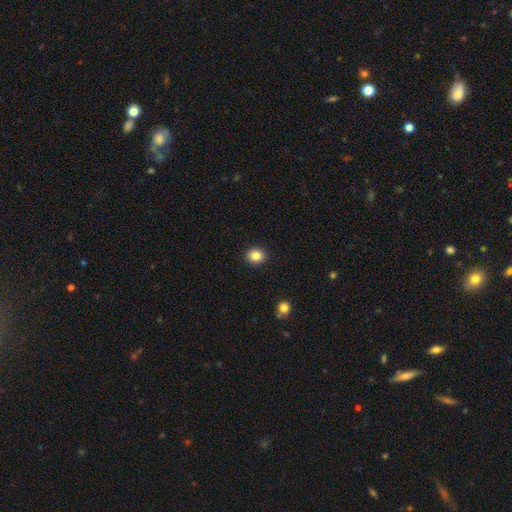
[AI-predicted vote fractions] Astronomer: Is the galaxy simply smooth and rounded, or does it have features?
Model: smooth — 85%.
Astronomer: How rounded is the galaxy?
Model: round — 81%.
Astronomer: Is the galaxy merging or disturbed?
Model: none — 92%.